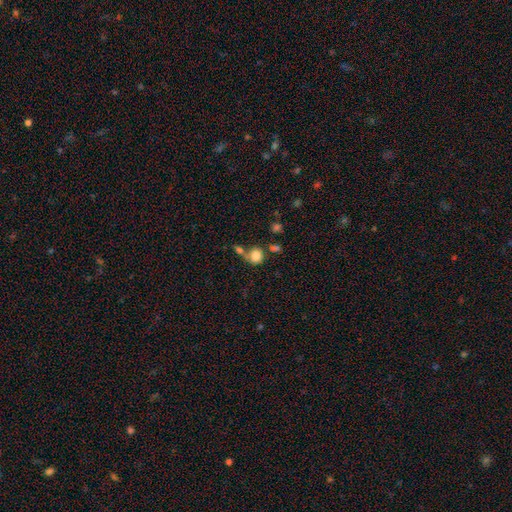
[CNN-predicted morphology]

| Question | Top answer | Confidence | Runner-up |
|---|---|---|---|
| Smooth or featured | smooth | 82% | star or artifact (10%) |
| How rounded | round | 79% | in between (20%) |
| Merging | none | 48% | merger (32%) |